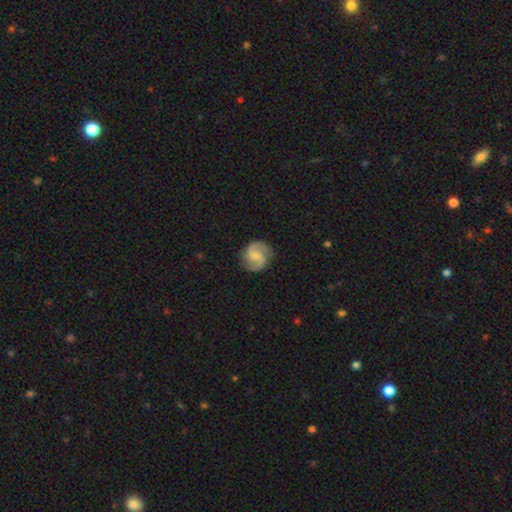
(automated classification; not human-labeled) Overall: featured or disk (81%). Edge-on disk: no (98%). Bar: weak (53%; no 34%). Spiral arms: yes (97%). Spiral arm count: 2 (92%). Spiral winding: medium (54%; loose 27%). Bulge size: small (42%; none 31%). Merging: none (84%).